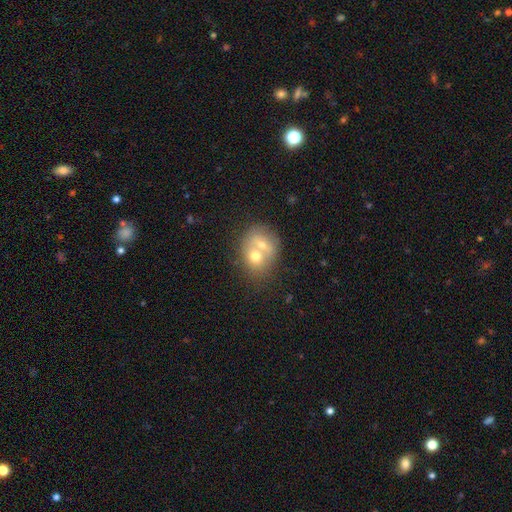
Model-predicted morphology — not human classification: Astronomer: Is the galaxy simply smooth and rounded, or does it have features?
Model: smooth — 56% (runner-up: featured or disk, 32%).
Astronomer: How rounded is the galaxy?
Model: round — 68%.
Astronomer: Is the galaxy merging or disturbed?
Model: merger — 68%.